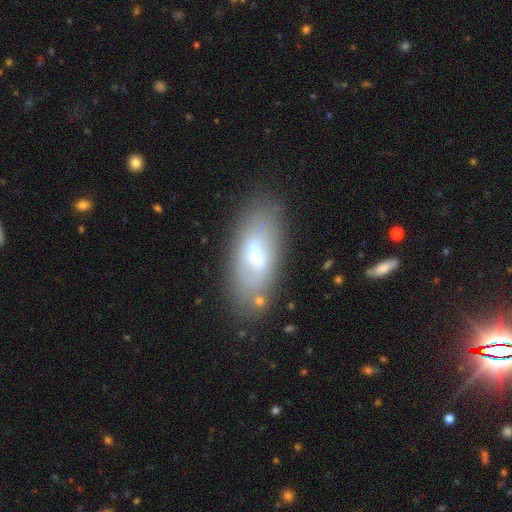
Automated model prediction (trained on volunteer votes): smooth_or_featured: smooth (p=0.47) [alt: featured or disk p=0.44]
merging: none (p=0.76) [alt: minor disturbance p=0.14]